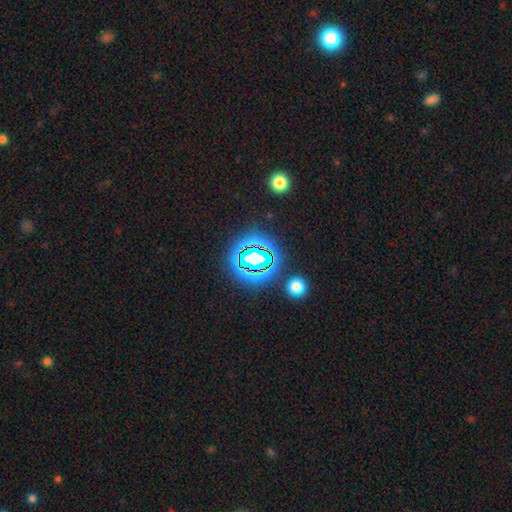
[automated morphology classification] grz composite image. It shows a star or artifact, not a galaxy (71%).